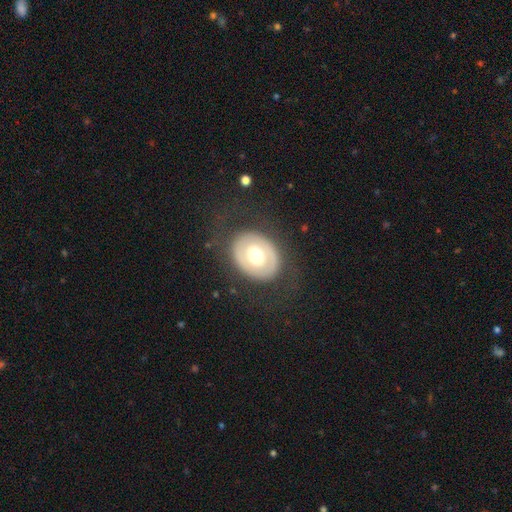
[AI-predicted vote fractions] This appears to be a smooth galaxy with no disk features (48%). Merging: none (78%).